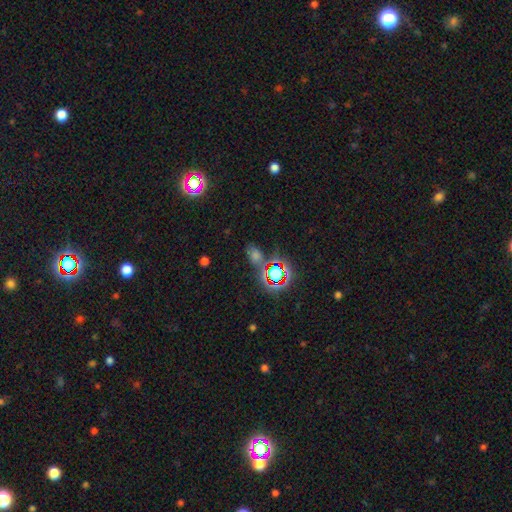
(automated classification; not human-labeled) Q: Smooth or featured?
A: star or artifact (50%); runner-up: smooth (39%)